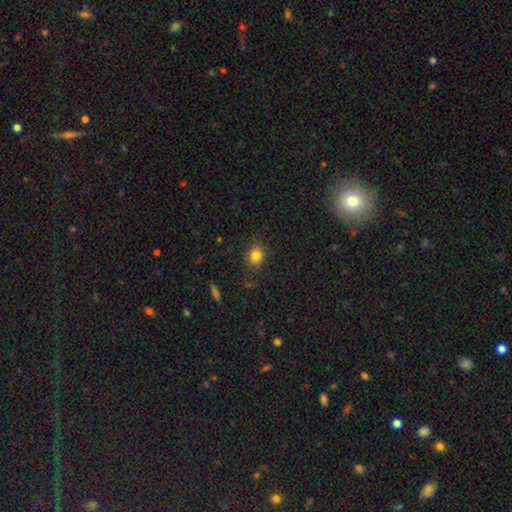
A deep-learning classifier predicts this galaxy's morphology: Smooth or featured?
  - smooth: 82% *
  - star or artifact: 12%
  - featured or disk: 6%
How rounded?
  - round: 62% *
  - in between: 37%
  - cigar-shaped: 1%
Merging?
  - none: 83% *
  - minor disturbance: 12%
  - major disturbance: 3%
  - merger: 1%